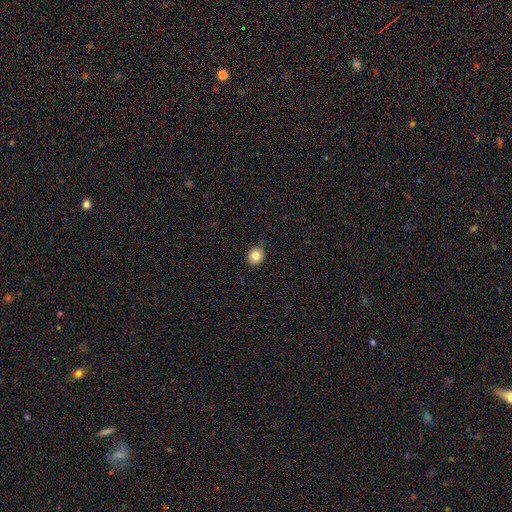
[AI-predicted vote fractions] The model was most divided on "how rounded": round: 74%, in between: 25%, cigar-shaped: 1%. More confident: smooth or featured — smooth (82%); merging — none (80%).